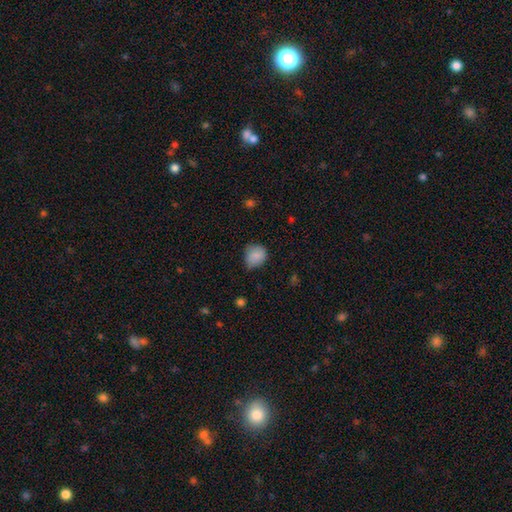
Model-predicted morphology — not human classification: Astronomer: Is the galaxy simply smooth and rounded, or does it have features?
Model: smooth — 86%.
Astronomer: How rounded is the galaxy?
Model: round — 77%.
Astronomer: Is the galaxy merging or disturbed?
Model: none — 59%.